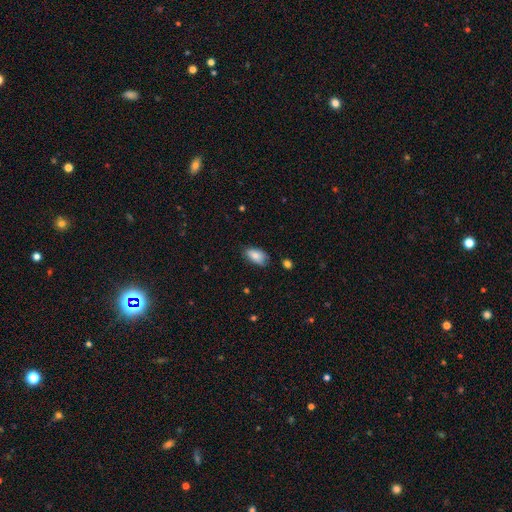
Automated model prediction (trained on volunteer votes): Smooth or featured?
  - smooth: 81% *
  - featured or disk: 12%
  - star or artifact: 7%
How rounded?
  - in between: 93% *
  - round: 5%
  - cigar-shaped: 3%
Merging?
  - none: 69% *
  - minor disturbance: 25%
  - major disturbance: 4%
  - merger: 2%